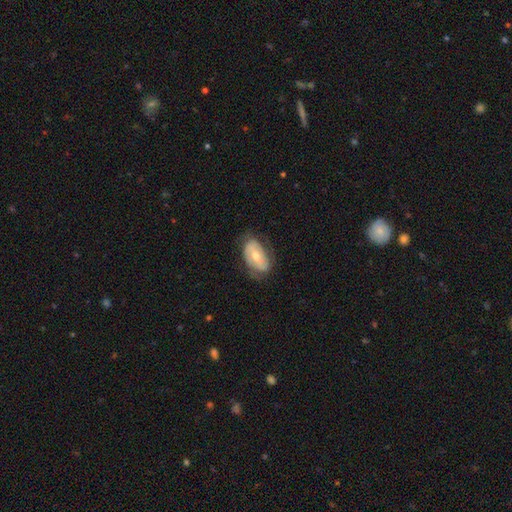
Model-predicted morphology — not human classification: This appears to be a featured or disk galaxy (60%) with no bar (43%), spiral arms (57%) and a moderate central bulge (60%). Merging: none (69%).